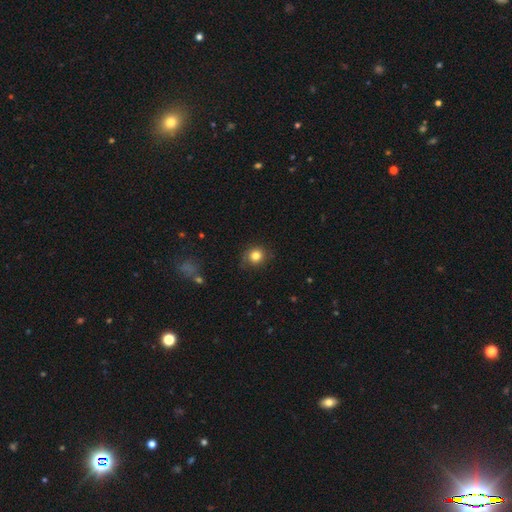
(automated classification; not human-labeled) Overall: smooth (82%). How rounded: round (86%). Merging: none (79%).